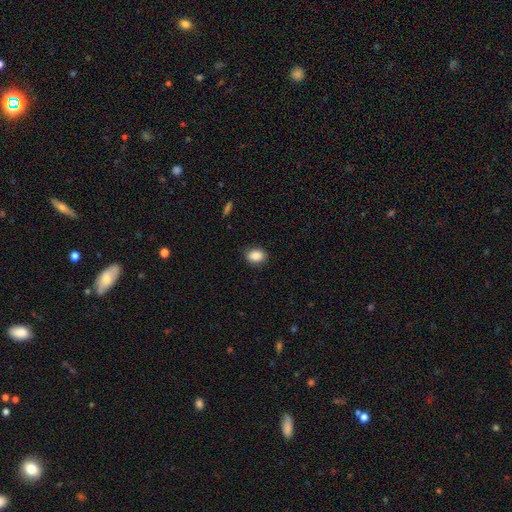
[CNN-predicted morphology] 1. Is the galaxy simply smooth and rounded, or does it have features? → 86% smooth, 9% star or artifact, 5% featured or disk.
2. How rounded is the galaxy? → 64% in between, 35% round, 1% cigar-shaped.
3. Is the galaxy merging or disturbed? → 86% none, 11% minor disturbance, 2% major disturbance, 1% merger.